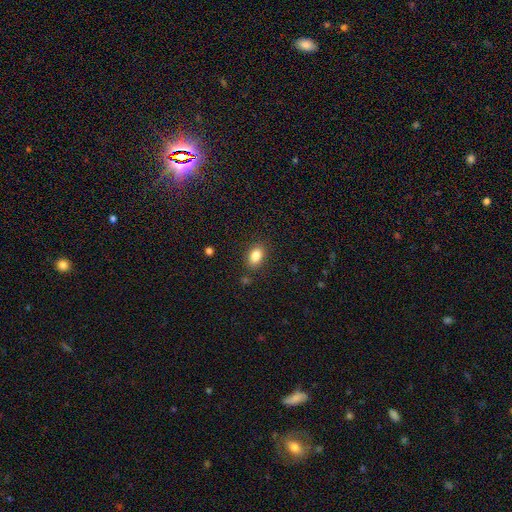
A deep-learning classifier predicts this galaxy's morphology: smooth-or-featured: smooth: 85% | star or artifact: 9% | featured or disk: 6%
  how-rounded: in between: 84% | round: 14% | cigar-shaped: 2%
  merging: none: 85% | minor disturbance: 10% | major disturbance: 3% | merger: 2%